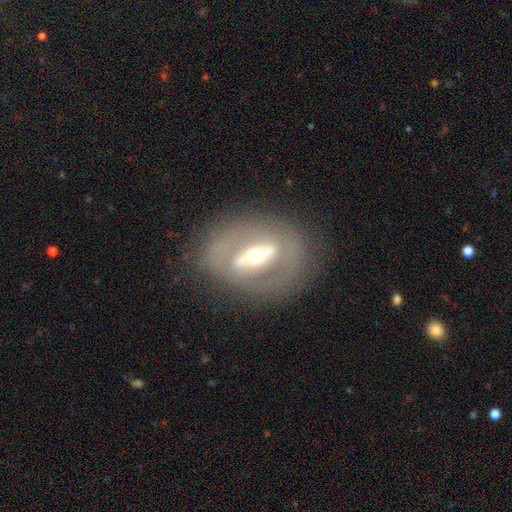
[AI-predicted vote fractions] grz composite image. It shows a featured or disk galaxy (74%) with a strong bar (53%), no spiral arms (63%) and a moderate central bulge (57%). Merging: none (74%).